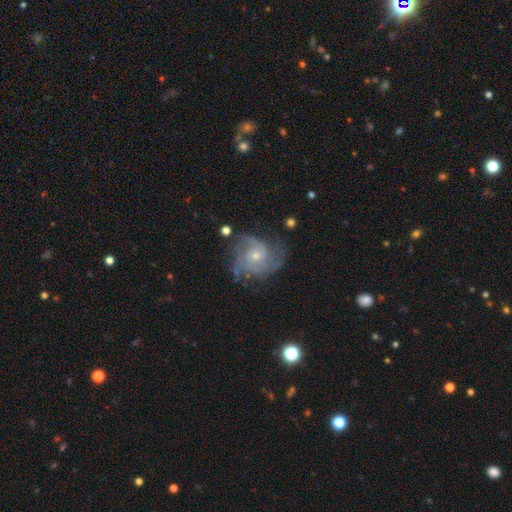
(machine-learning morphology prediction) The model was most divided on "spiral winding": tight: 48%, medium: 42%, loose: 10%. Remaining: edge-on disk — no (98%); spiral arms — yes (97%); smooth or featured — featured or disk (86%); merging — none (69%); bar — no (69%); bulge size — small (59%); spiral arm count — 3 (34%).